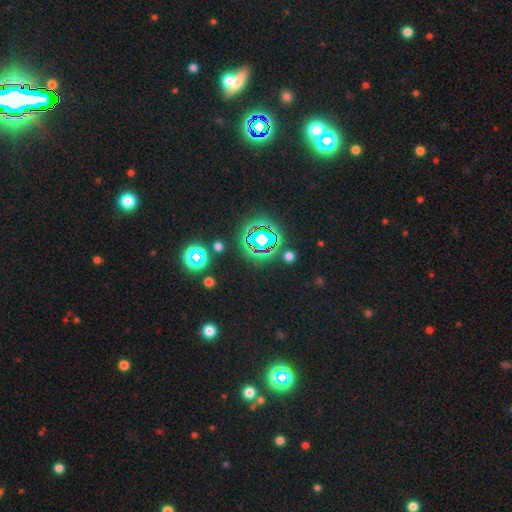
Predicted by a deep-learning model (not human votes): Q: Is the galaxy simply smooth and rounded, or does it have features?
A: star or artifact — 81%.